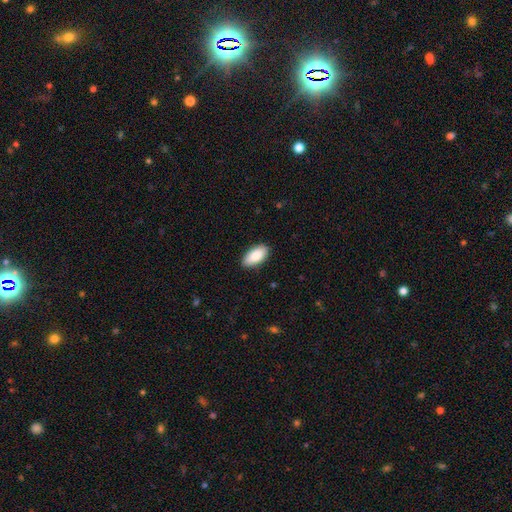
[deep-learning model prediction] Smooth or featured? Predicted: smooth (p=0.88). How rounded? Predicted: in between (p=0.93). Merging? Predicted: none (p=0.87).